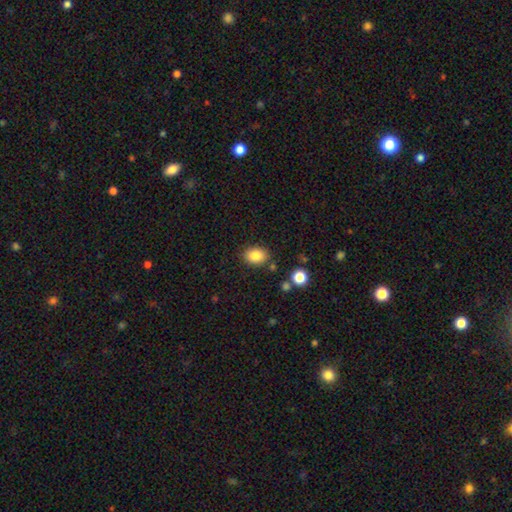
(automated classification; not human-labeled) Smooth or featured? smooth (85%)
How rounded? in between (70%)
Merging? none (83%)